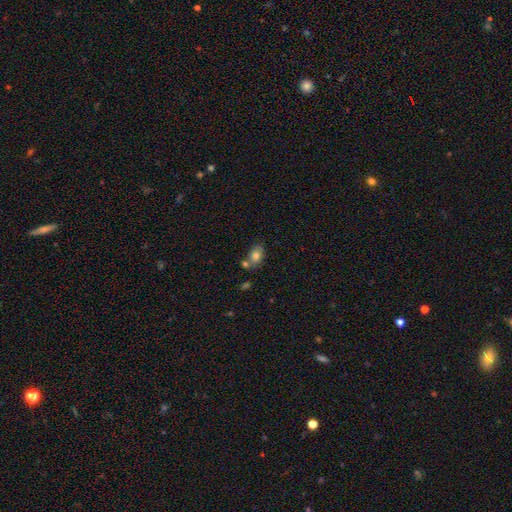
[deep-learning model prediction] A smooth galaxy with no disk features (78%) that is in between round and cigar-shaped (76%).

Vote fractions:
- Smooth or featured? smooth: 78% / featured or disk: 12% / star or artifact: 10%
- How rounded? in between: 76% / round: 22% / cigar-shaped: 2%
- Merging? none: 62% / merger: 19% / minor disturbance: 15% / major disturbance: 4%